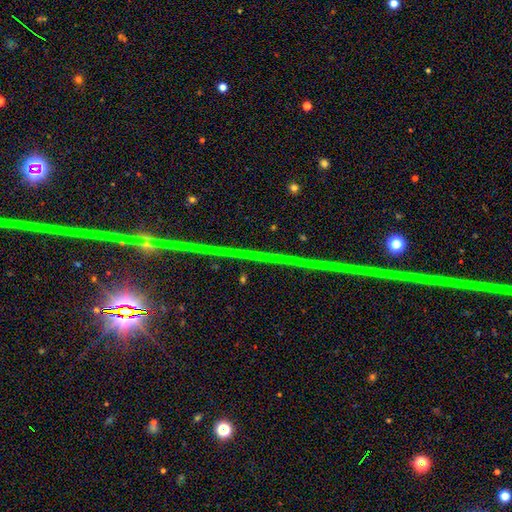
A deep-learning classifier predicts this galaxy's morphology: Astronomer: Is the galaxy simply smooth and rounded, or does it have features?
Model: star or artifact — 83%.